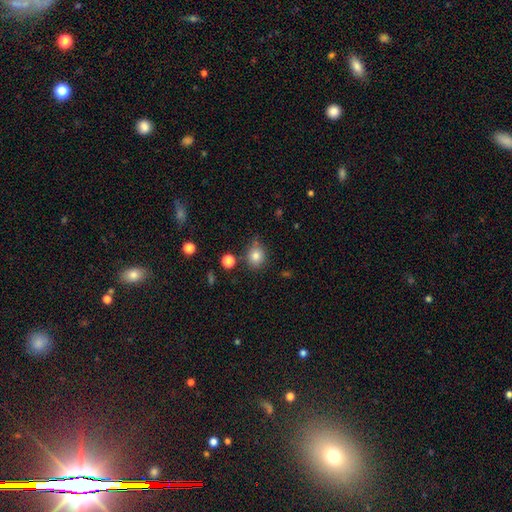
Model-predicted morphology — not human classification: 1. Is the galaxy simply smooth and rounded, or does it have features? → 80% smooth, 12% star or artifact, 8% featured or disk.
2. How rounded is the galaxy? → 76% round, 23% in between, 1% cigar-shaped.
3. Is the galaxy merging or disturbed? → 72% none, 17% minor disturbance, 6% merger, 4% major disturbance.